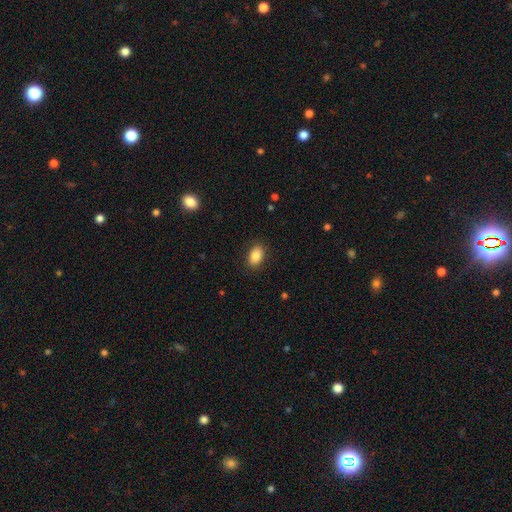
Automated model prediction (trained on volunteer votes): Q: Smooth or featured?
A: smooth (86%); runner-up: star or artifact (8%)
Q: How rounded?
A: in between (88%); runner-up: round (11%)
Q: Merging?
A: none (88%); runner-up: minor disturbance (9%)